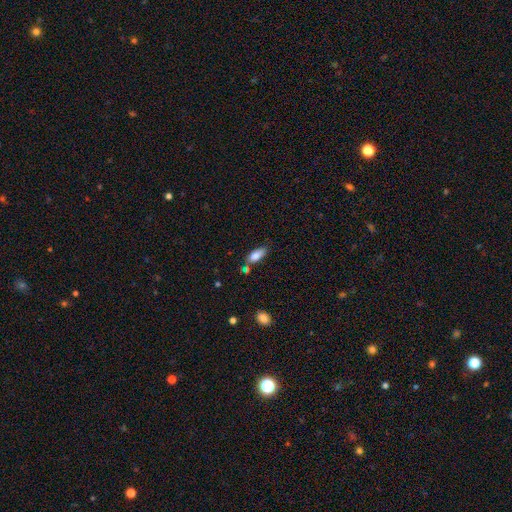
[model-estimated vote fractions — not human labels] Morphology: type=smooth (82%); roundness=in between (76%); merging=none (65%).